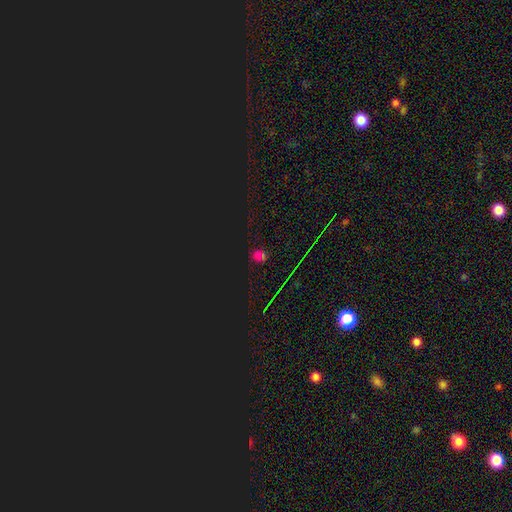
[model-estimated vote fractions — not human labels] Smooth or featured: star or artifact — 68% (smooth — 24%)